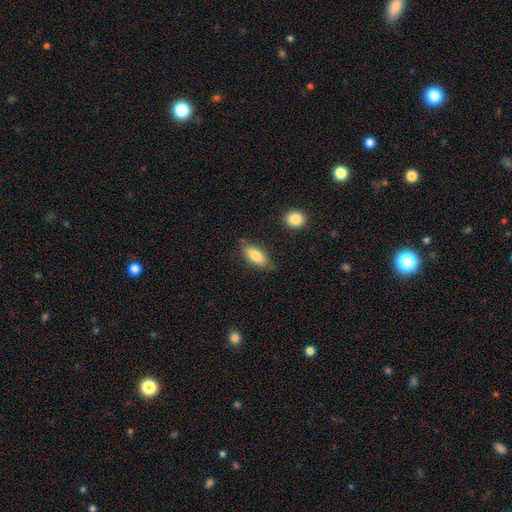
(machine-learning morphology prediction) Smooth or featured?
  - smooth: 82% *
  - featured or disk: 12%
  - star or artifact: 7%
How rounded?
  - in between: 84% *
  - cigar-shaped: 13%
  - round: 3%
Merging?
  - none: 74% *
  - minor disturbance: 19%
  - major disturbance: 4%
  - merger: 3%